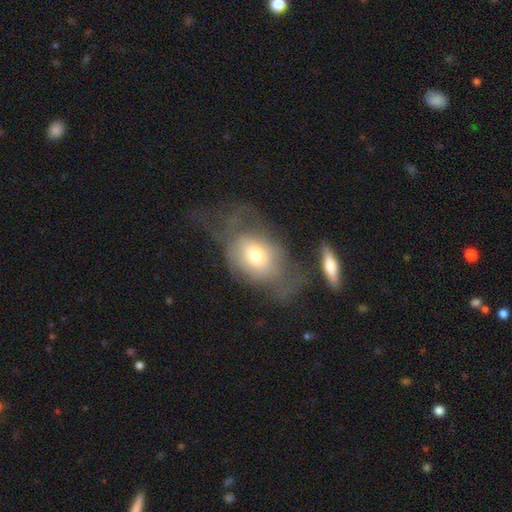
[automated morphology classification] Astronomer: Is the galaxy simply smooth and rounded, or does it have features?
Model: smooth — 59%.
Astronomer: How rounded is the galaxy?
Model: in between — 70%.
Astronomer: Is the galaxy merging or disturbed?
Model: major disturbance — 45% (runner-up: none, 25%).